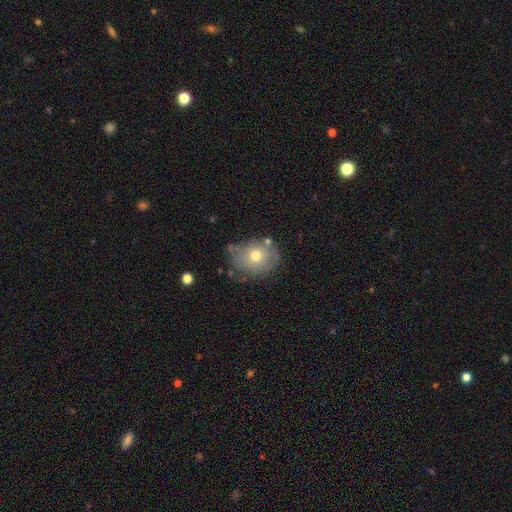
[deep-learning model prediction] This appears to be a smooth galaxy with no disk features (67%) that is round (65%). Merging: none (63%).